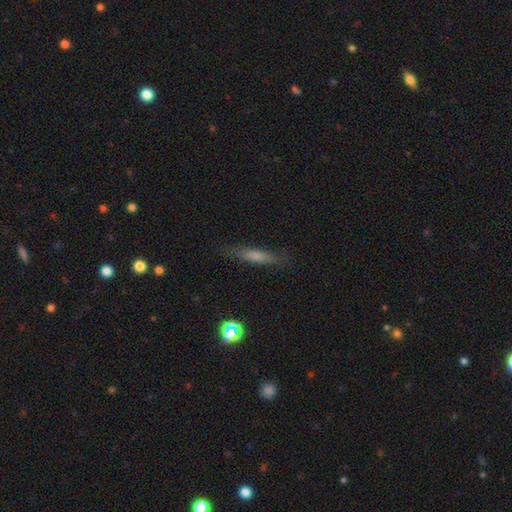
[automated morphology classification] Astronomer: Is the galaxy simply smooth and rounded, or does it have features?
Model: smooth — 56% (runner-up: featured or disk, 33%).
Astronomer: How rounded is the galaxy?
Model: cigar-shaped — 85%.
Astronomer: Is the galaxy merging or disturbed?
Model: none — 83%.